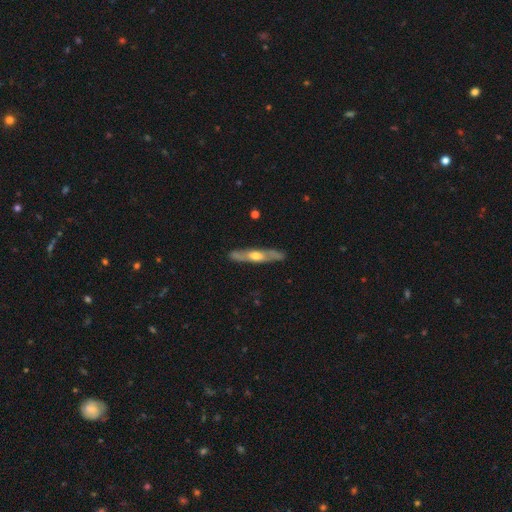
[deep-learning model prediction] Smooth or featured: featured or disk — 63% (smooth — 32%)
Edge-on disk: yes — 73% (no — 27%)
Merging: none — 87% (minor disturbance — 10%)